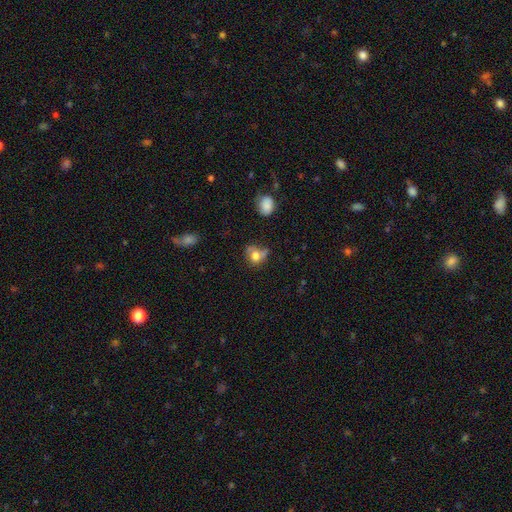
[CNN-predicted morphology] This appears to be a smooth galaxy with no disk features (70%) that is round (65%). Merging: none (39%).